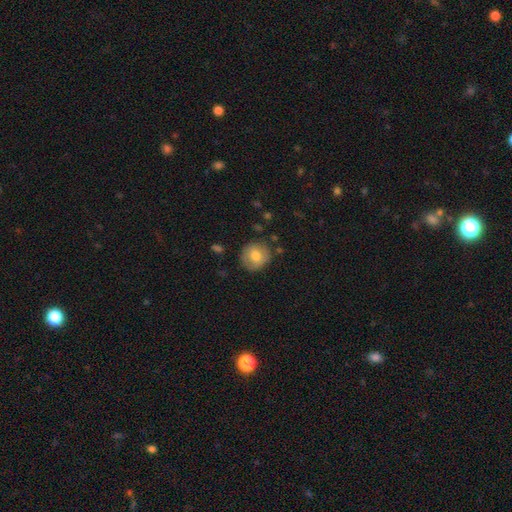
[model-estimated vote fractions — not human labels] Q: Smooth or featured?
A: smooth (68%); runner-up: featured or disk (24%)
Q: How rounded?
A: round (85%); runner-up: in between (14%)
Q: Merging?
A: none (80%); runner-up: minor disturbance (14%)